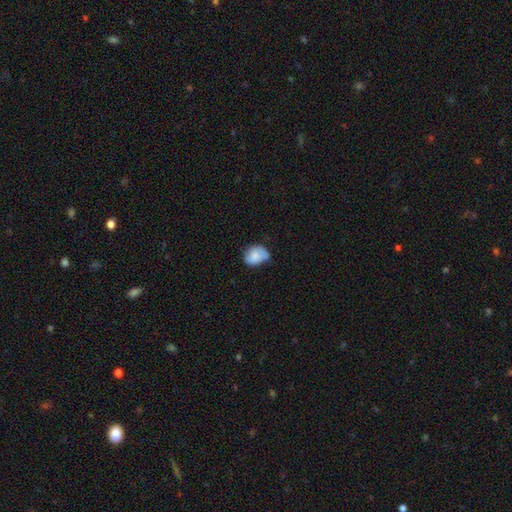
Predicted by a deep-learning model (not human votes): Morphology: type=smooth (80%); roundness=in between (62%); merging=none (46%).